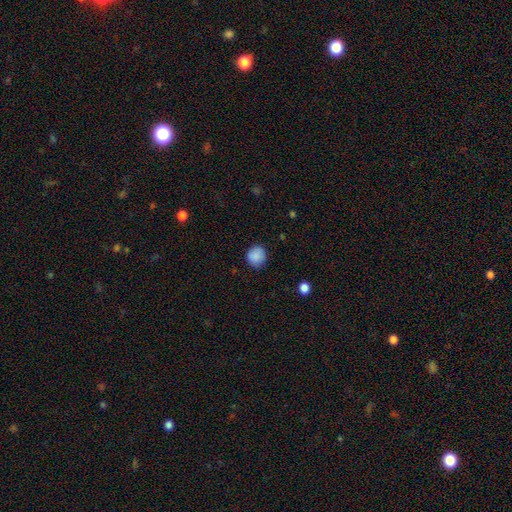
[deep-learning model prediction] Smooth or featured: smooth — 88% (star or artifact — 8%)
How rounded: round — 88% (in between — 11%)
Merging: none — 85% (minor disturbance — 11%)